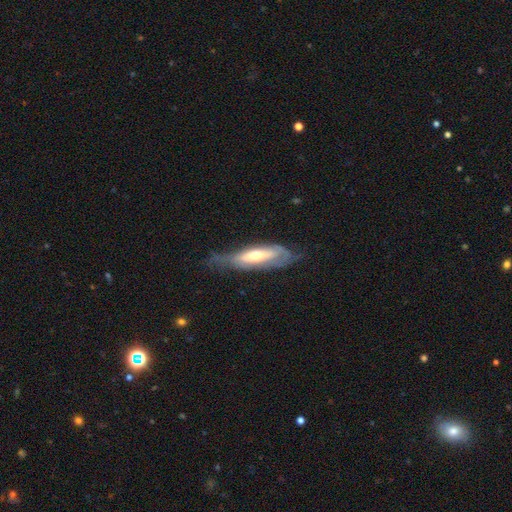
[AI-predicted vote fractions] Morphology: type=featured or disk (59%); edge-on=no (55%); merging=none (46%).